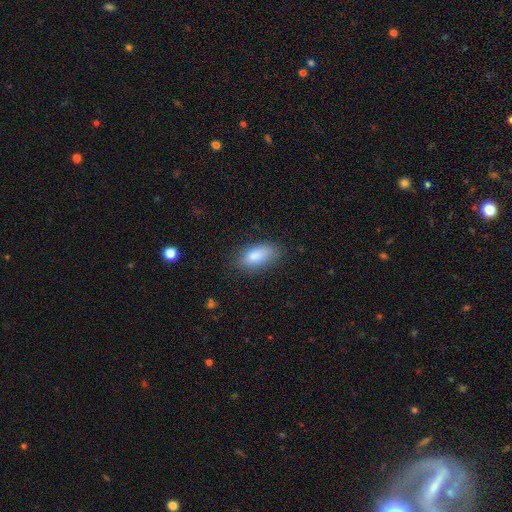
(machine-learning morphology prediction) Q: Smooth or featured?
A: smooth (86%); runner-up: star or artifact (7%)
Q: How rounded?
A: in between (90%); runner-up: cigar-shaped (6%)
Q: Merging?
A: none (77%); runner-up: minor disturbance (17%)